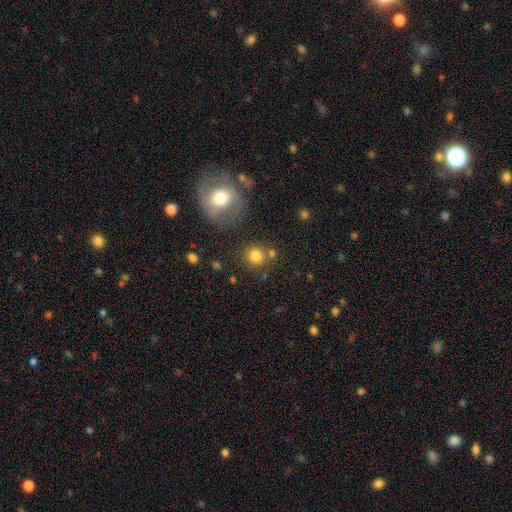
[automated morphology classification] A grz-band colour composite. It shows a smooth galaxy with no disk features (80%) that is round (87%). Merging: none (71%).